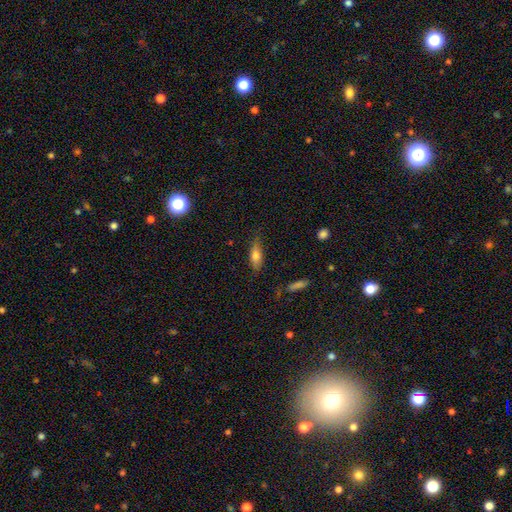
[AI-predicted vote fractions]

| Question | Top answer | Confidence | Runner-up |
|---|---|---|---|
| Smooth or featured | smooth | 68% | featured or disk (24%) |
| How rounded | in between | 59% | cigar-shaped (37%) |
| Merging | none | 76% | minor disturbance (18%) |